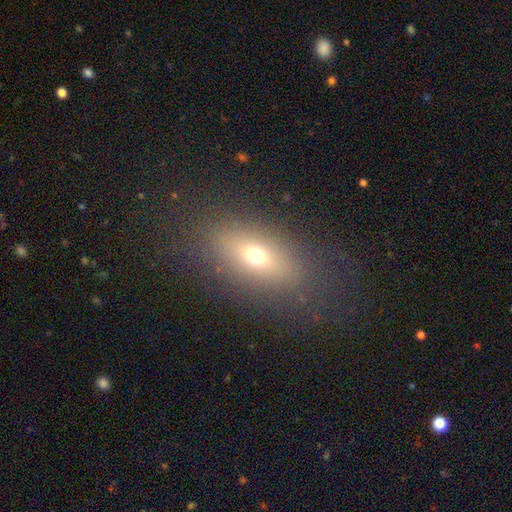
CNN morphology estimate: This appears to be a smooth galaxy with no disk features (64%) that is in between round and cigar-shaped (76%). Merging: none (82%).